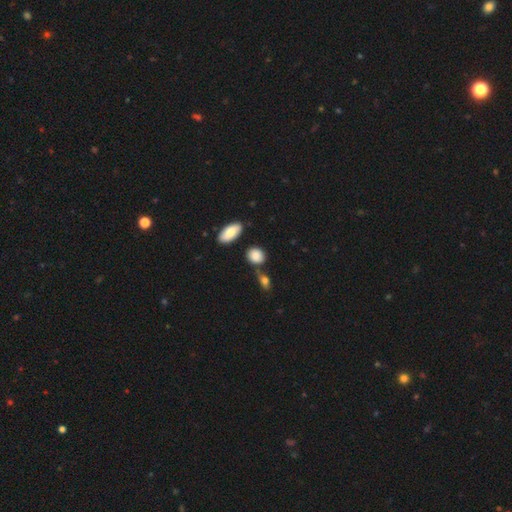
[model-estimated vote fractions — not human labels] smooth_or_featured: smooth (p=0.85) [alt: star or artifact p=0.08]
how_rounded: round (p=0.62) [alt: in between p=0.35]
merging: none (p=0.72) [alt: minor disturbance p=0.13]